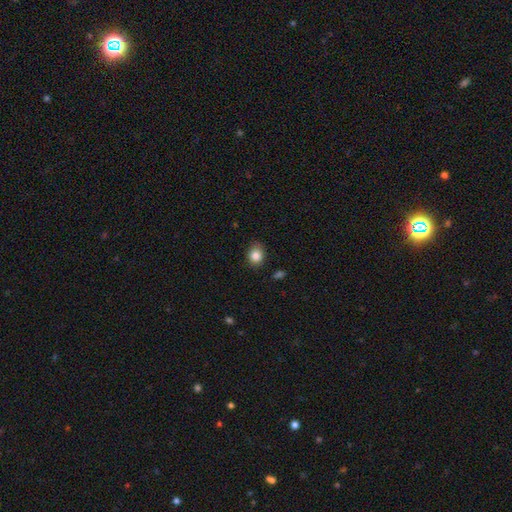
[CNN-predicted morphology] A smooth galaxy with no disk features (84%) that is round (64%). Merging: none (81%).